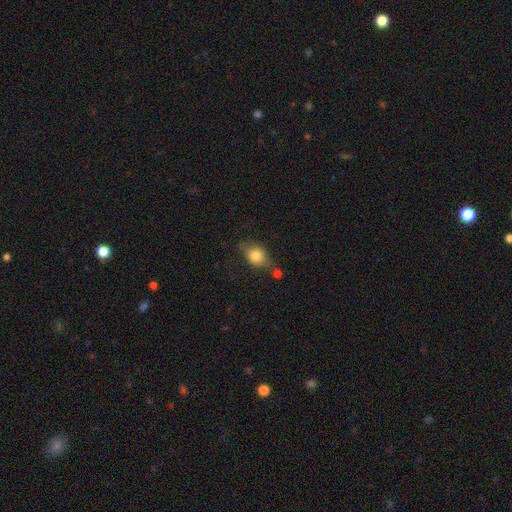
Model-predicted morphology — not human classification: Smooth or featured?
  - smooth: 77% *
  - featured or disk: 15%
  - star or artifact: 9%
How rounded?
  - in between: 63% *
  - round: 34%
  - cigar-shaped: 3%
Merging?
  - none: 57% *
  - minor disturbance: 24%
  - merger: 10%
  - major disturbance: 9%